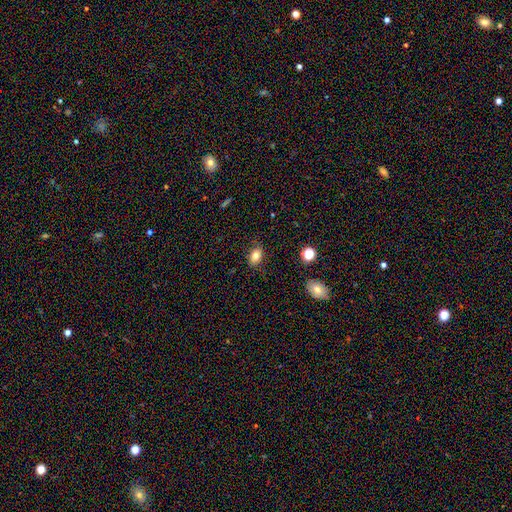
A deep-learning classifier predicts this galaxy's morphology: Overall: smooth (77%). How rounded: in between (78%). Merging: none (82%).